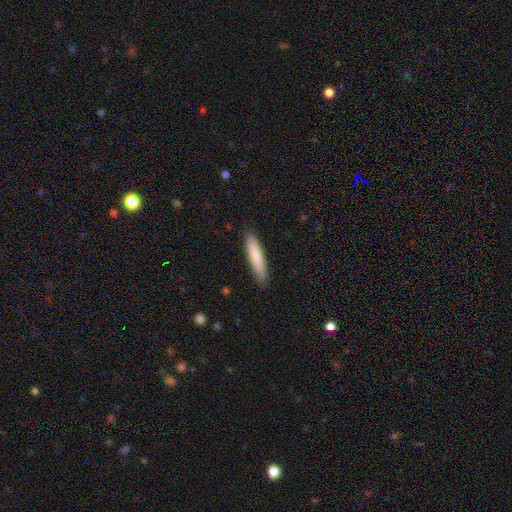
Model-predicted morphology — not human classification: This is clearly a smooth galaxy (80%). How rounded: clearly cigar-shaped (86%). Merging: clearly none (88%).